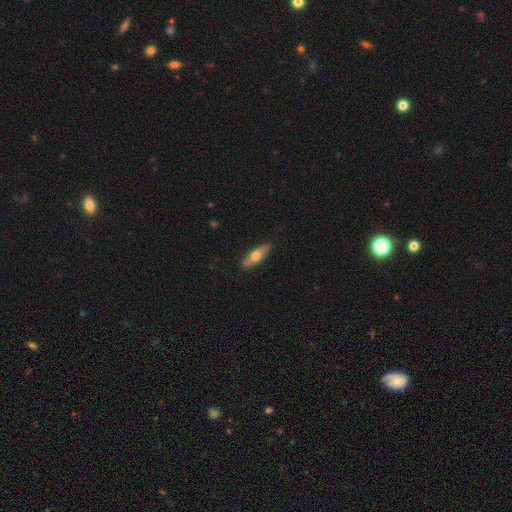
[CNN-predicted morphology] Smooth or featured: smooth — 59% (featured or disk — 35%)
How rounded: in between — 59% (cigar-shaped — 39%)
Merging: none — 87% (minor disturbance — 10%)